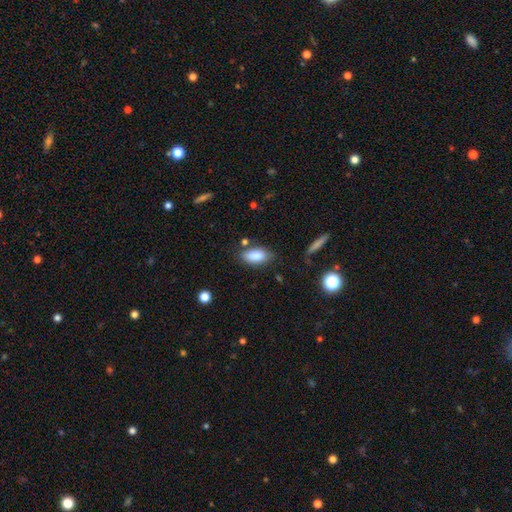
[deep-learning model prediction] A smooth galaxy with no disk features (85%) that is in between round and cigar-shaped (90%). Merging: none (74%).